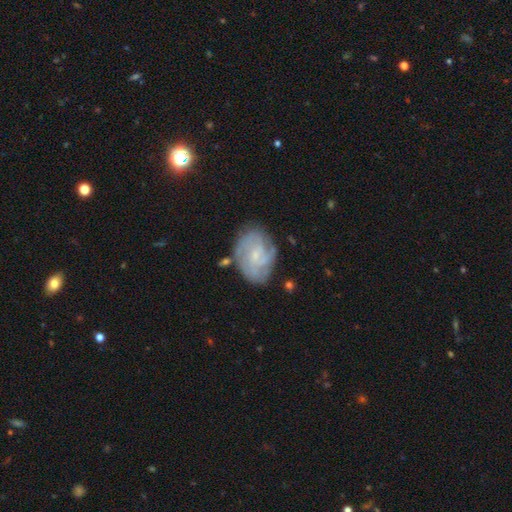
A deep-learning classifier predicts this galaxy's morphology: Smooth or featured? Predicted: featured or disk (p=0.75). Edge-on disk? Predicted: no (p=0.97). Bar? Predicted: no (p=0.57). Spiral arms? Predicted: yes (p=0.92). Spiral winding? Predicted: tight (p=0.56). Spiral arm count? Predicted: can't tell (p=0.35). Bulge size? Predicted: small (p=0.71). Merging? Predicted: none (p=0.71).